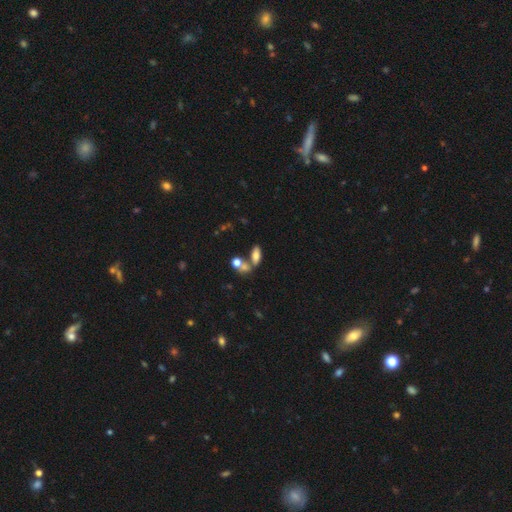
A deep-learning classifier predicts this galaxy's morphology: Q: Smooth or featured?
A: smooth (74%); runner-up: featured or disk (15%)
Q: How rounded?
A: in between (84%); runner-up: cigar-shaped (10%)
Q: Merging?
A: none (45%); runner-up: merger (37%)